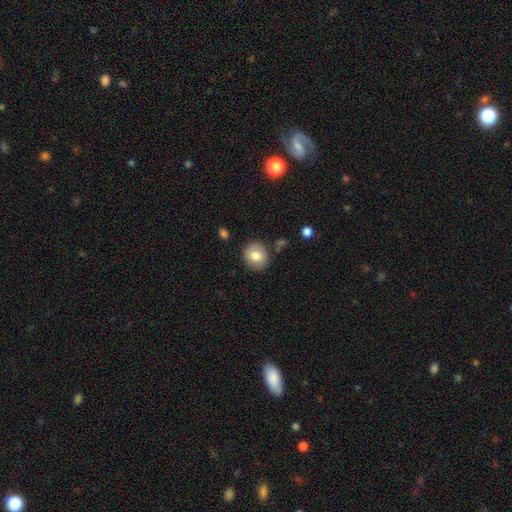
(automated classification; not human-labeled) A smooth galaxy with no disk features (80%) that is round (84%). Merging: none (84%).